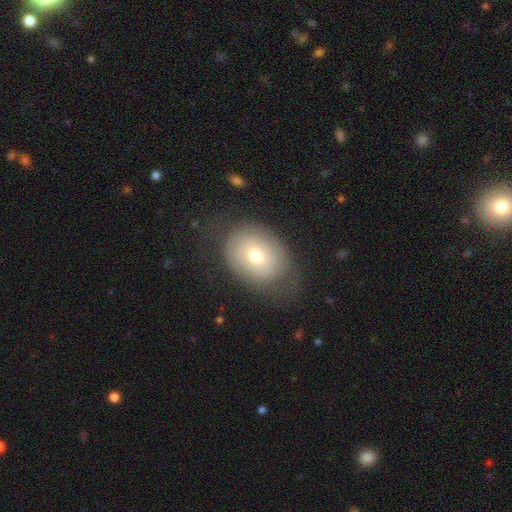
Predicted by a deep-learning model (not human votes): smooth_or_featured: smooth (p=0.61) [alt: featured or disk p=0.30]
how_rounded: in between (p=0.61) [alt: round p=0.38]
merging: none (p=0.66) [alt: minor disturbance p=0.20]